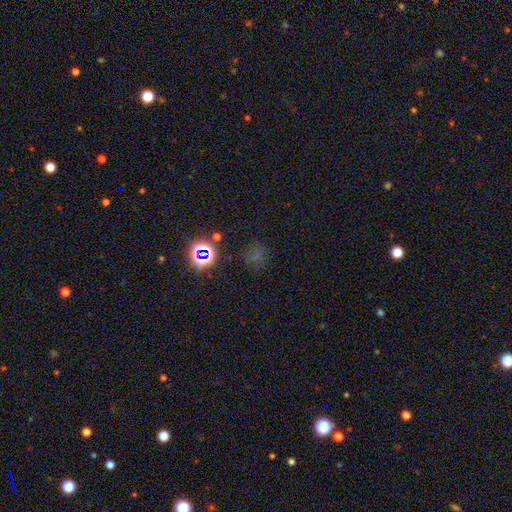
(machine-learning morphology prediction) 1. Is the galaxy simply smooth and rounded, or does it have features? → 50% star or artifact, 42% smooth, 8% featured or disk.